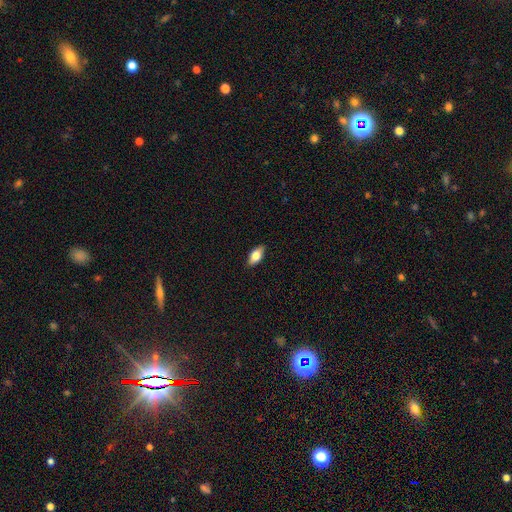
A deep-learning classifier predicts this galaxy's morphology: smooth_or_featured: smooth (p=0.76) [alt: featured or disk p=0.17]
how_rounded: in between (p=0.88) [alt: cigar-shaped p=0.09]
merging: none (p=0.87) [alt: minor disturbance p=0.10]